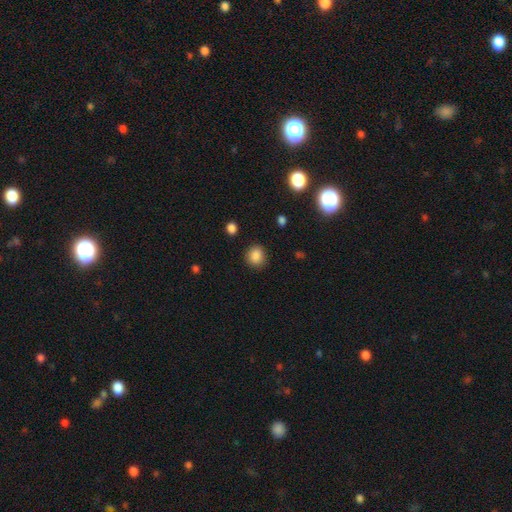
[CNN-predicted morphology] This is clearly a smooth galaxy (86%). How rounded: likely round (78%). Merging: clearly none (88%).